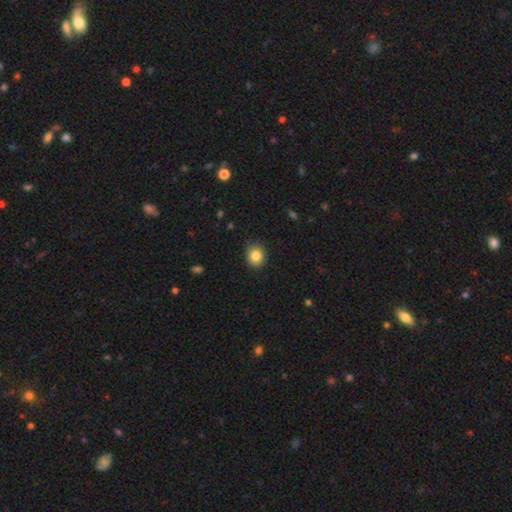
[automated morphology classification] The model was most divided on "how rounded": round: 74%, in between: 25%, cigar-shaped: 1%. More confident: merging — none (87%); smooth or featured — smooth (85%).